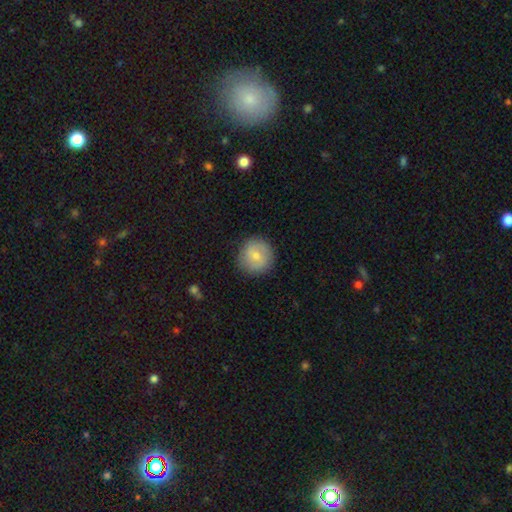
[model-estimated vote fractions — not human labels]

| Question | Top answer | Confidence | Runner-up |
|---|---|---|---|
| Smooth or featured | smooth | 71% | featured or disk (23%) |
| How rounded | round | 94% | in between (5%) |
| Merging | none | 86% | minor disturbance (10%) |